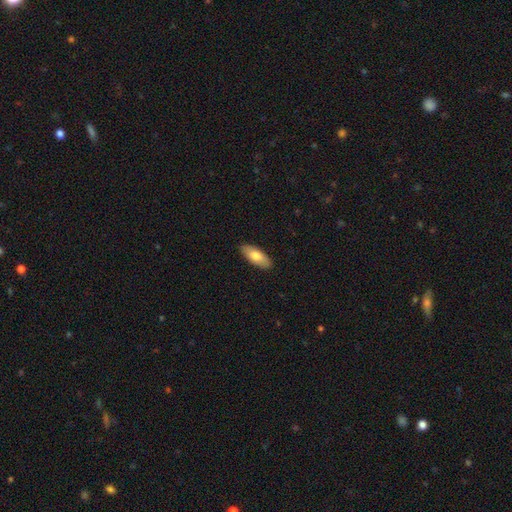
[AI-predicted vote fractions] A smooth galaxy with no disk features (75%) that is in between round and cigar-shaped (80%).

Vote fractions:
- Smooth or featured? smooth: 75% / featured or disk: 20% / star or artifact: 5%
- How rounded? in between: 80% / cigar-shaped: 18% / round: 2%
- Merging? none: 90% / minor disturbance: 8% / major disturbance: 2% / merger: 1%